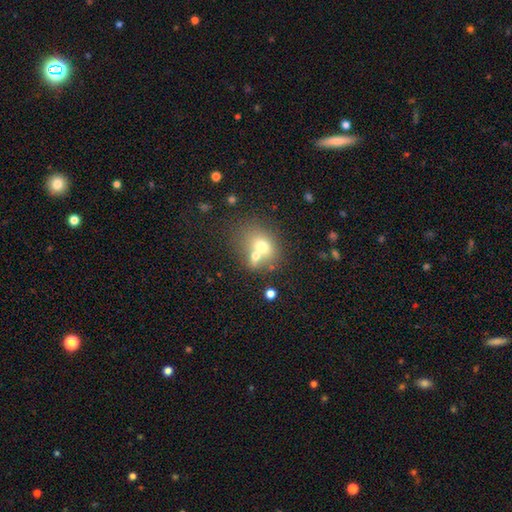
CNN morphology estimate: This is likely a smooth galaxy (66%). How rounded: possibly in between (53%). Merging: possibly merger (56%).